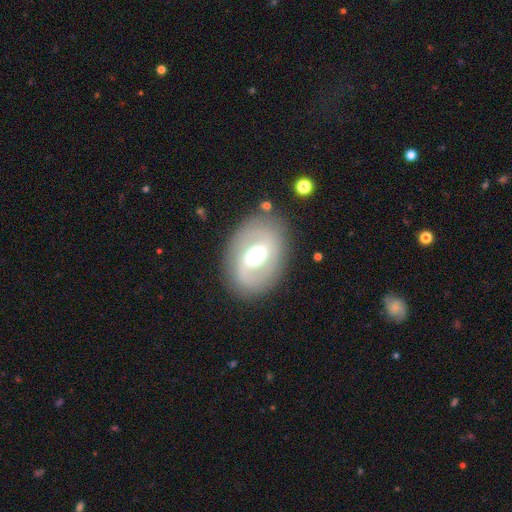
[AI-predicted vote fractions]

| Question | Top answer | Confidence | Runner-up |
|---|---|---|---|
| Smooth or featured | featured or disk | 59% | smooth (33%) |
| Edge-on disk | no | 94% | yes (6%) |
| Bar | weak | 44% | no (32%) |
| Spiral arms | no | 52% | yes (48%) |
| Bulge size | moderate | 56% | large (32%) |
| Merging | none | 81% | minor disturbance (11%) |